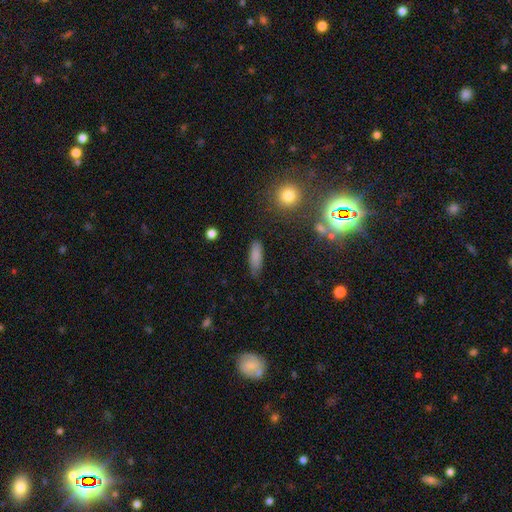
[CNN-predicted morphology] A smooth galaxy with no disk features (82%) that is in between round and cigar-shaped (58%).

Vote fractions:
- Smooth or featured? smooth: 82% / featured or disk: 9% / star or artifact: 9%
- How rounded? in between: 58% / cigar-shaped: 40% / round: 3%
- Merging? none: 78% / minor disturbance: 17% / major disturbance: 4% / merger: 2%